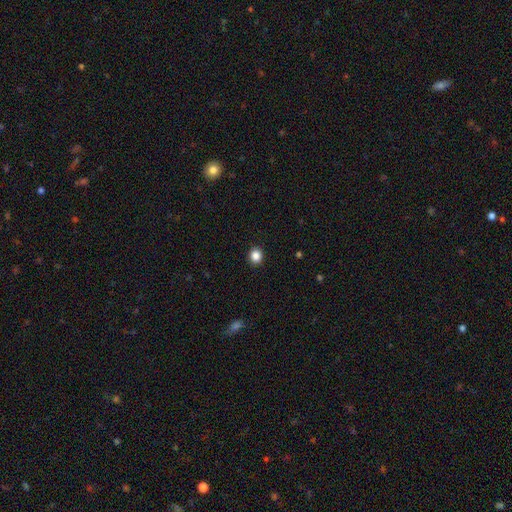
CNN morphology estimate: smooth 86%, star or artifact 11%, featured or disk 3%. Down the decision tree: how rounded — round (82%); merging — none (92%).